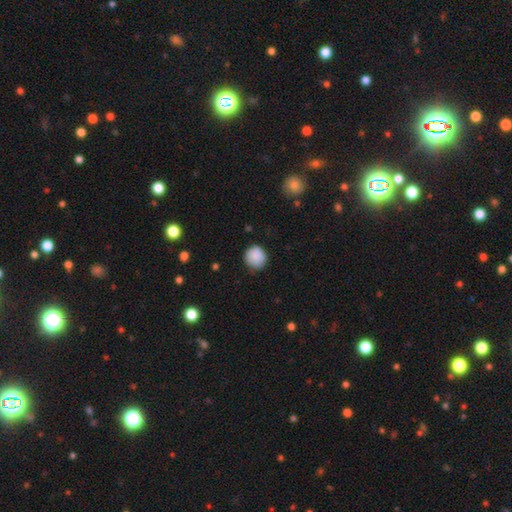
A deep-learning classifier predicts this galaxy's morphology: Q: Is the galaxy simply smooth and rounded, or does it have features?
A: smooth — 87%.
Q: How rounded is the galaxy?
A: round — 90%.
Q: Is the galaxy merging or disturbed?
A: none — 77%.